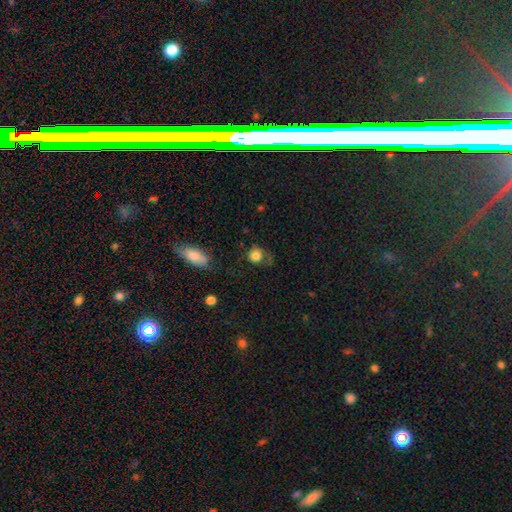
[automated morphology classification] Q: Smooth or featured?
A: smooth (80%); runner-up: featured or disk (10%)
Q: How rounded?
A: round (80%); runner-up: in between (19%)
Q: Merging?
A: none (51%); runner-up: minor disturbance (25%)